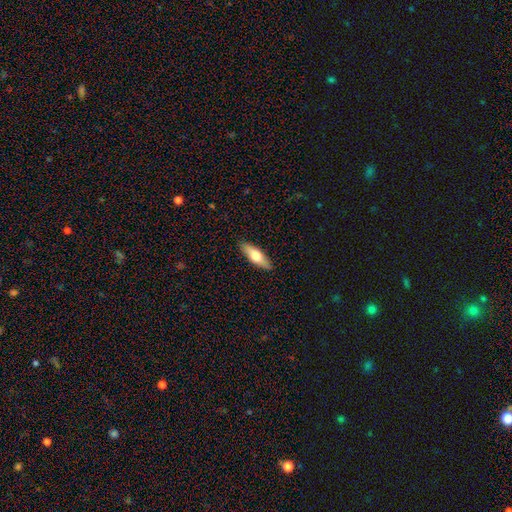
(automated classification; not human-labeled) Morphology: type=smooth (61%); roundness=in between (49%); merging=none (90%).